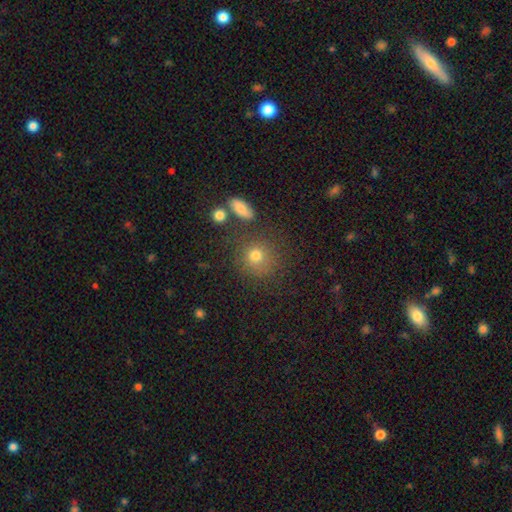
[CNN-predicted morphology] smooth 76%, star or artifact 14%, featured or disk 10%. Down the decision tree: how rounded — round (88%); merging — none (76%).